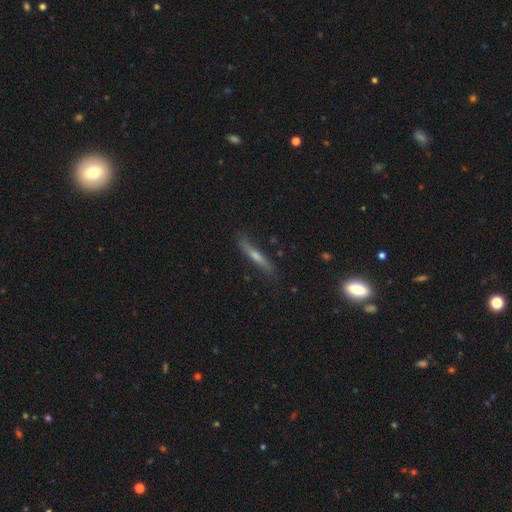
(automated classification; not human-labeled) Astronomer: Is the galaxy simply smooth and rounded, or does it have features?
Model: featured or disk — 53% (runner-up: smooth, 39%).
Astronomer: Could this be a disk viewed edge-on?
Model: yes — 89%.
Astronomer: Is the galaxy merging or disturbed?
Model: none — 81%.